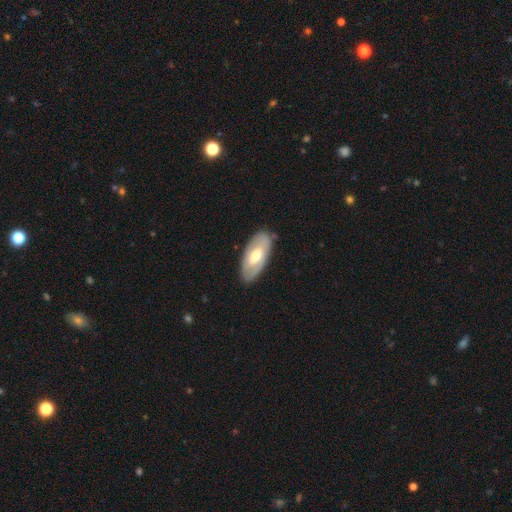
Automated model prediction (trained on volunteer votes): A featured or disk galaxy (53%). Merging: none (83%).